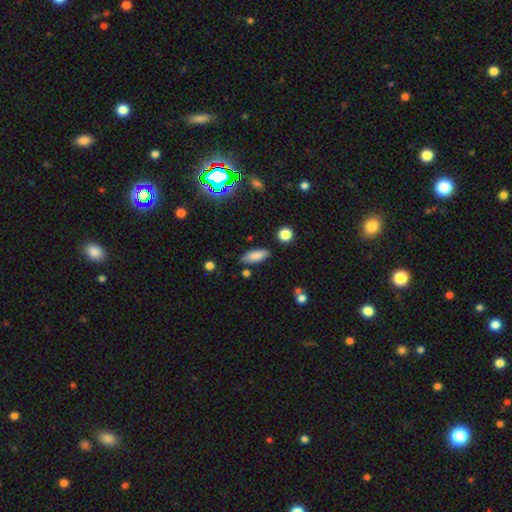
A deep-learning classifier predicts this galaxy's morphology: A smooth galaxy with no disk features (80%) that is in between round and cigar-shaped (72%).

Vote fractions:
- Smooth or featured? smooth: 80% / featured or disk: 11% / star or artifact: 9%
- How rounded? in between: 72% / cigar-shaped: 26% / round: 3%
- Merging? none: 81% / minor disturbance: 13% / merger: 4% / major disturbance: 3%